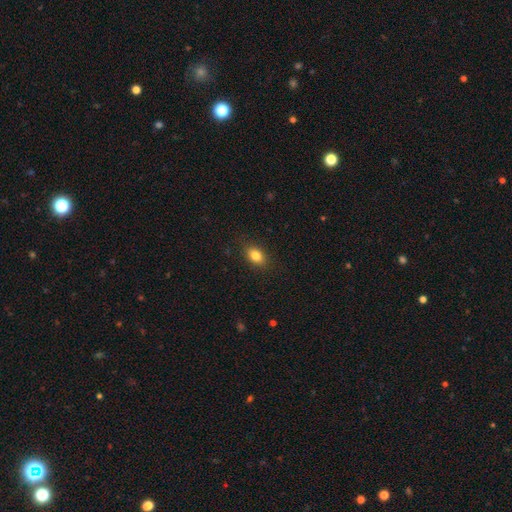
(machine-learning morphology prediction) A smooth galaxy with no disk features (83%) that is in between round and cigar-shaped (80%).

Vote fractions:
- Smooth or featured? smooth: 83% / star or artifact: 9% / featured or disk: 8%
- How rounded? in between: 80% / round: 18% / cigar-shaped: 2%
- Merging? none: 86% / minor disturbance: 10% / major disturbance: 3% / merger: 1%